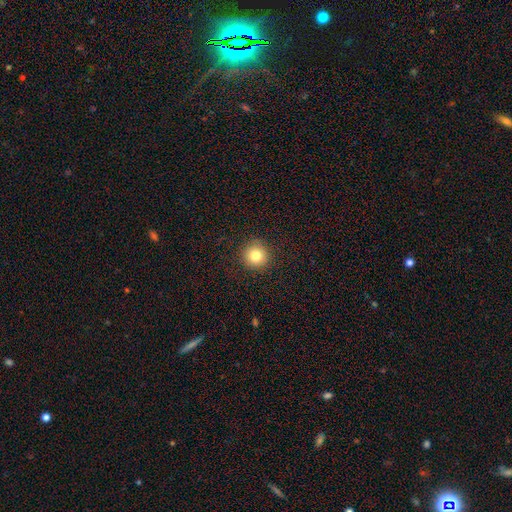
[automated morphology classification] A smooth galaxy with no disk features (81%) that is round (95%). Merging: none (92%).